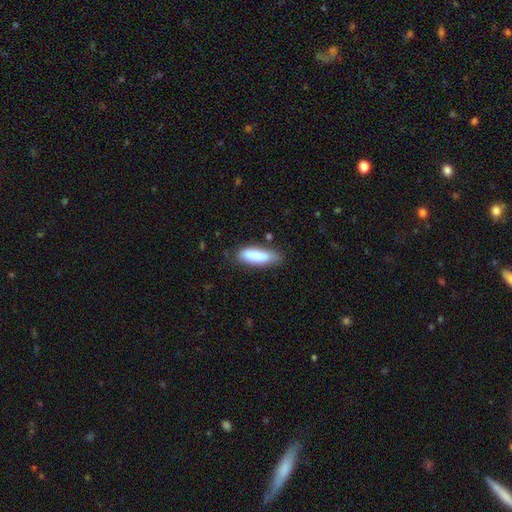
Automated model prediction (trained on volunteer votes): A smooth galaxy with no disk features (84%) that is in between round and cigar-shaped (57%). Merging: none (68%).